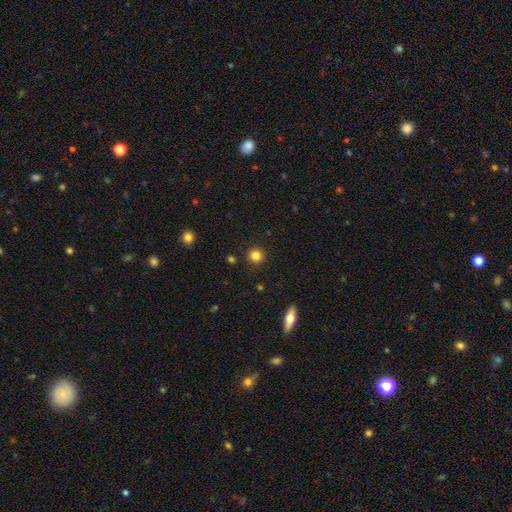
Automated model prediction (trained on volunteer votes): Overall: smooth (83%). How rounded: round (93%). Merging: none (91%).